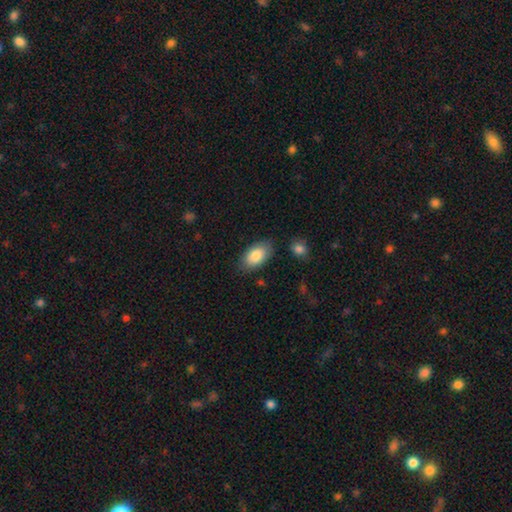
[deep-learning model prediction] Q: Smooth or featured?
A: smooth (85%); runner-up: featured or disk (9%)
Q: How rounded?
A: in between (94%); runner-up: round (4%)
Q: Merging?
A: none (82%); runner-up: minor disturbance (12%)